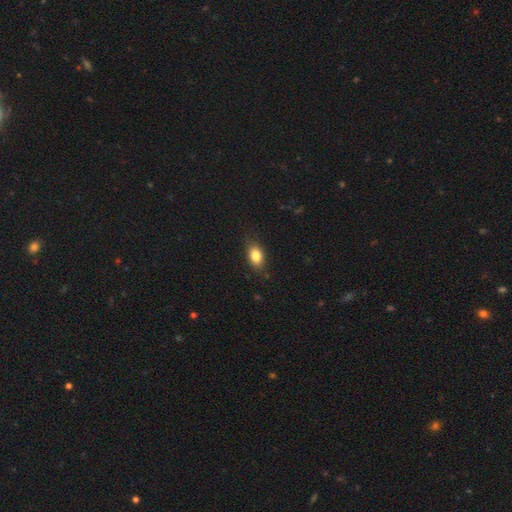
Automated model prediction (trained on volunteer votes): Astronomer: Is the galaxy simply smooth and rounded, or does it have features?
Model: smooth — 83%.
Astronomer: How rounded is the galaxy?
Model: in between — 85%.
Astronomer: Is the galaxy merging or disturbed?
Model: none — 82%.